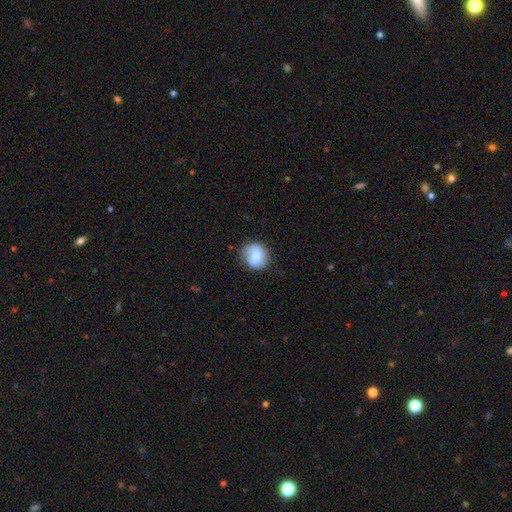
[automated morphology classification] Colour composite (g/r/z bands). It shows a smooth galaxy with no disk features (73%) that is round (76%). Merging: none (67%).